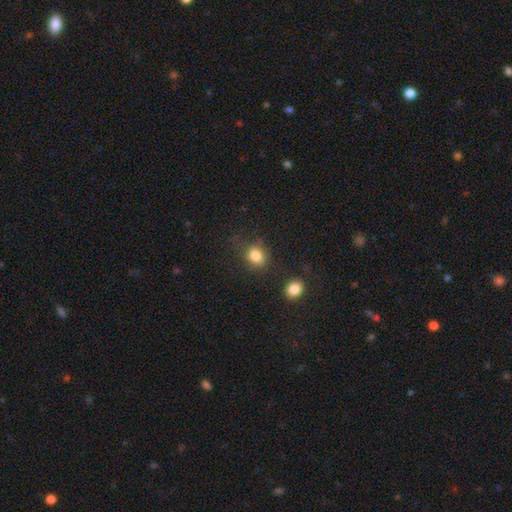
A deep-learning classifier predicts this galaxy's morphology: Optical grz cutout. It shows a smooth galaxy with no disk features (83%) that is round (63%). Merging: none (74%).